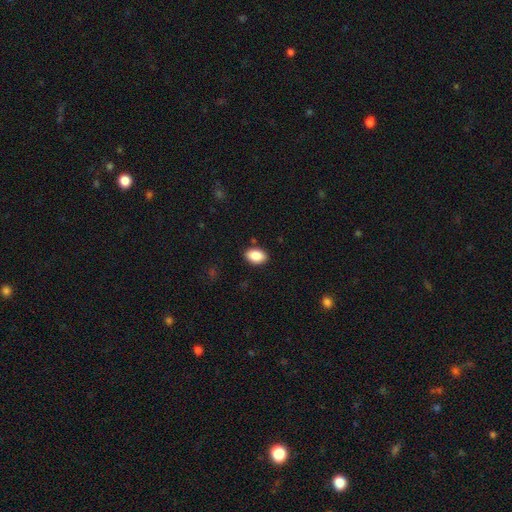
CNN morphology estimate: Overall: smooth (88%). How rounded: in between (89%). Merging: none (88%).